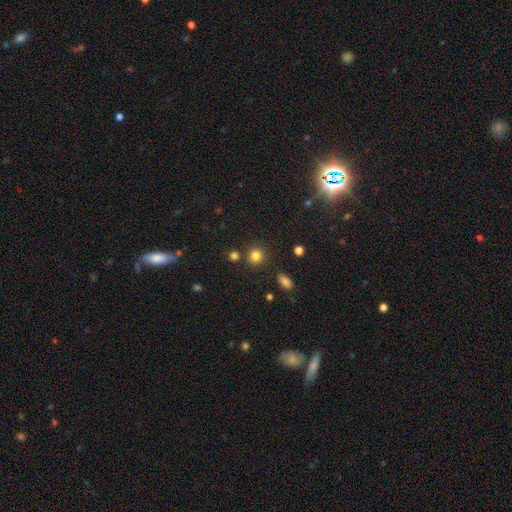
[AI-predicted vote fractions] Overall: smooth (81%). How rounded: round (89%). Merging: none (82%).